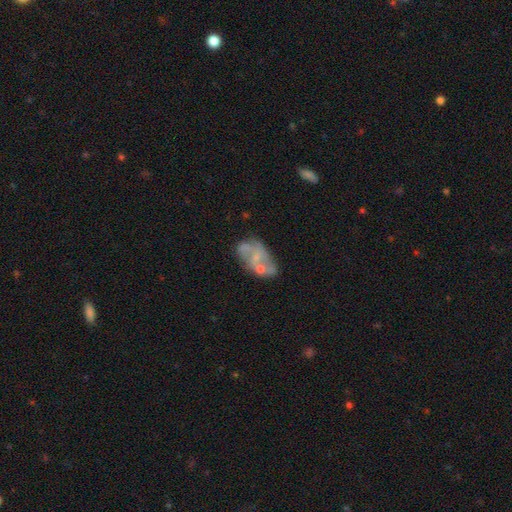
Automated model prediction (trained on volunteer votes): smooth-or-featured: featured or disk: 61% | smooth: 29% | star or artifact: 10%
  disk-edge-on: no: 97% | yes: 3%
    bar: no: 79% | weak: 17% | strong: 4%
    has-spiral-arms: no: 68% | yes: 32%
    bulge-size: small: 46% | none: 31% | moderate: 20% | large: 2% | dominant: 1%
  merging: none: 35% | merger: 26% | minor disturbance: 20% | major disturbance: 18%